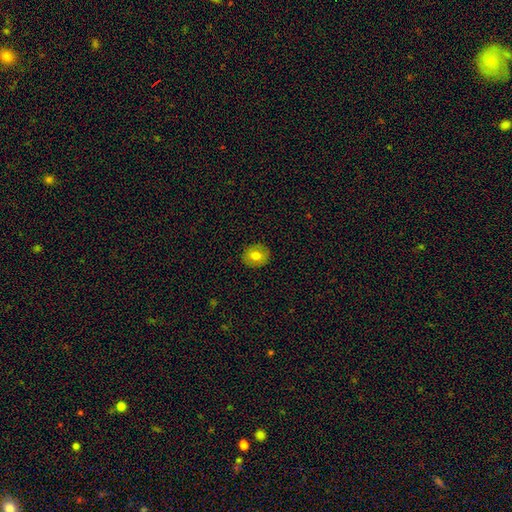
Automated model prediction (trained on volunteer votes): Smooth or featured? Predicted: smooth (p=0.74). How rounded? Predicted: round (p=0.72). Merging? Predicted: none (p=0.89).